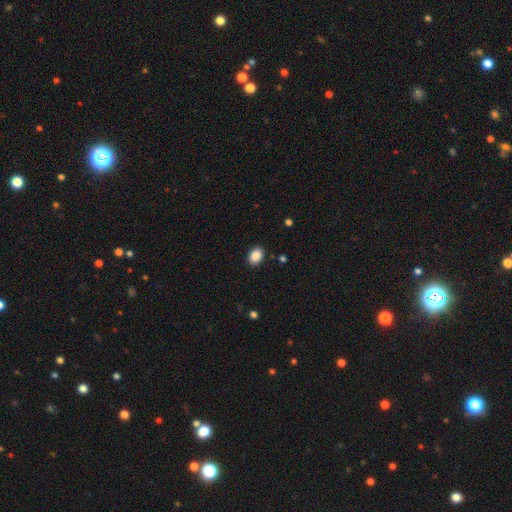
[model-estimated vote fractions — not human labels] Q: Smooth or featured?
A: smooth (89%); runner-up: star or artifact (8%)
Q: How rounded?
A: in between (72%); runner-up: round (27%)
Q: Merging?
A: none (89%); runner-up: minor disturbance (8%)